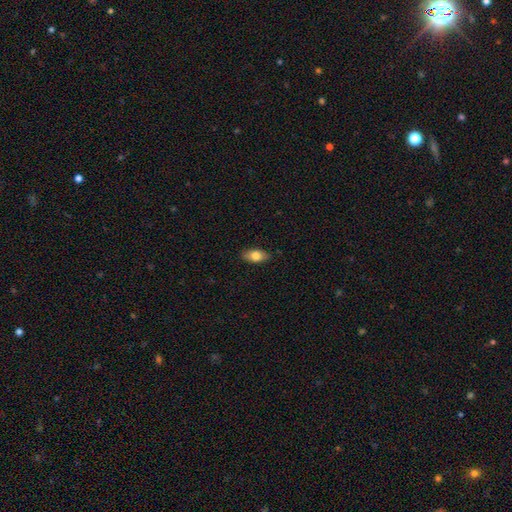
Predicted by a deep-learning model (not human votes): This is likely a smooth galaxy (78%). How rounded: clearly in between (89%). Merging: clearly none (86%).